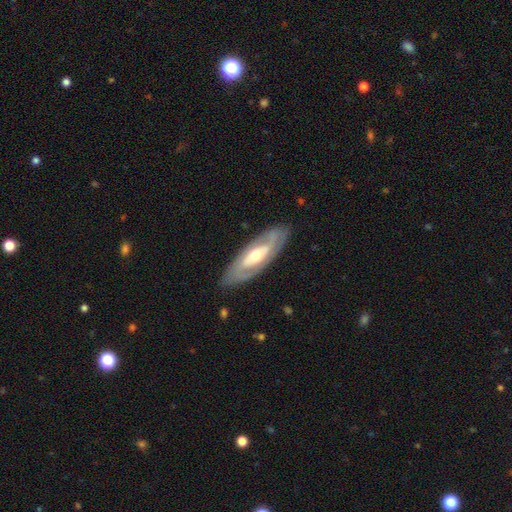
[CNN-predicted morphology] smooth-or-featured: featured or disk: 73% | smooth: 23% | star or artifact: 4%
  disk-edge-on: no: 81% | yes: 19%
    bar: no: 55% | weak: 28% | strong: 17%
    has-spiral-arms: yes: 62% | no: 38%
    bulge-size: moderate: 66% | small: 23% | large: 8% | dominant: 1% | none: 1%
  merging: none: 84% | minor disturbance: 11% | major disturbance: 3% | merger: 1%